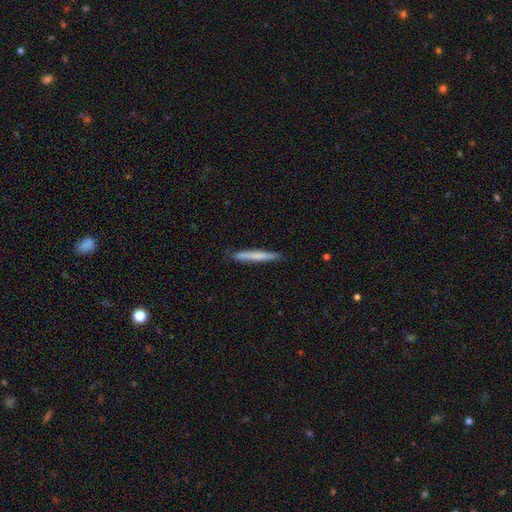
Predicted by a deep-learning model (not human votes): Morphology: type=smooth (66%); roundness=cigar-shaped (97%); merging=none (90%).